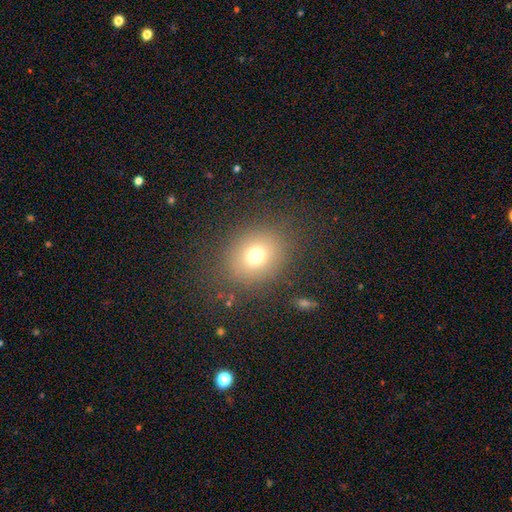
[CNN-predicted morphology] This is likely a smooth galaxy (71%). How rounded: likely round (65%). Merging: clearly none (82%).